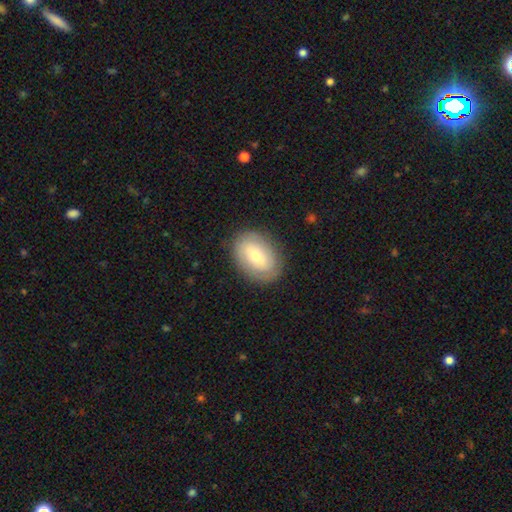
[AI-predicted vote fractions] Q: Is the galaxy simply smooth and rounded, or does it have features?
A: smooth — 54%.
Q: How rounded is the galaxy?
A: in between — 80%.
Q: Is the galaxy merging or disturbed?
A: none — 84%.